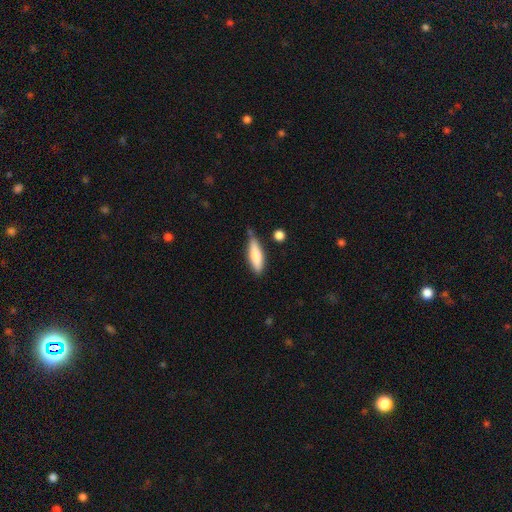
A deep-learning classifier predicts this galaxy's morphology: A smooth galaxy with no disk features (76%) that is cigar-shaped (57%).

Vote fractions:
- Smooth or featured? smooth: 76% / featured or disk: 18% / star or artifact: 6%
- How rounded? cigar-shaped: 57% / in between: 41% / round: 2%
- Merging? none: 64% / minor disturbance: 25% / merger: 6% / major disturbance: 5%